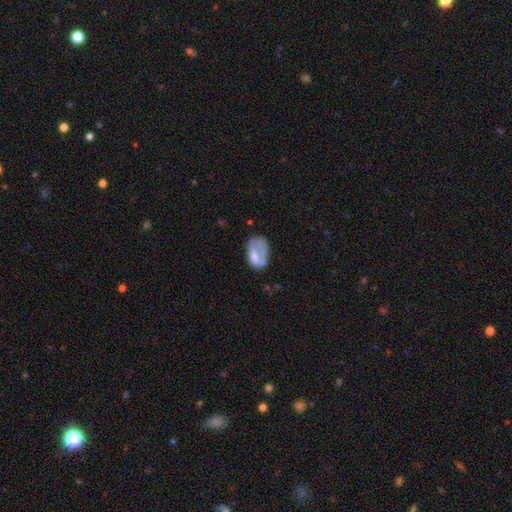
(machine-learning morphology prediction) type=smooth (59%); roundness=in between (87%); merging=none (35%).